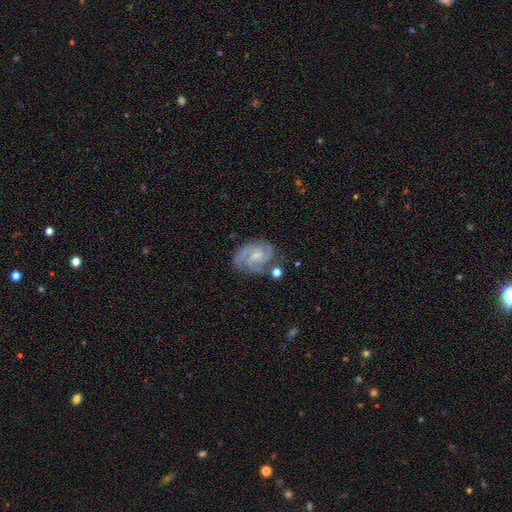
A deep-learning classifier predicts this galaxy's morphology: featured or disk 82%, smooth 11%, star or artifact 6%. Down the decision tree: edge-on disk — no (98%); bar — weak (47%); spiral arms — yes (96%); spiral arm count — 3 (41%); spiral winding — medium (46%); bulge size — small (60%); merging — none (69%).